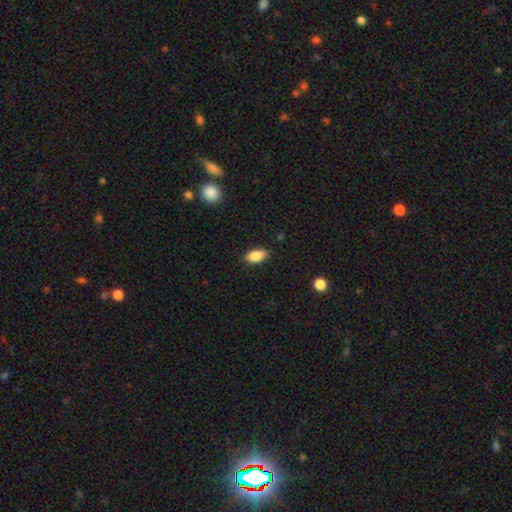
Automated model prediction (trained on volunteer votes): Q: Smooth or featured?
A: smooth (86%); runner-up: star or artifact (8%)
Q: How rounded?
A: in between (90%); runner-up: cigar-shaped (5%)
Q: Merging?
A: none (86%); runner-up: minor disturbance (11%)